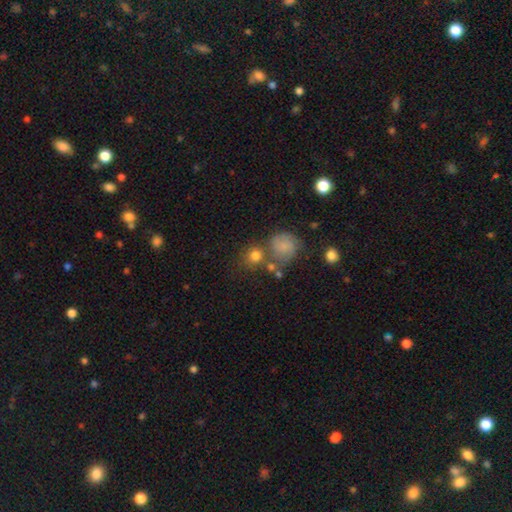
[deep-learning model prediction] Morphology: type=smooth (70%); roundness=round (84%); merging=none (61%).